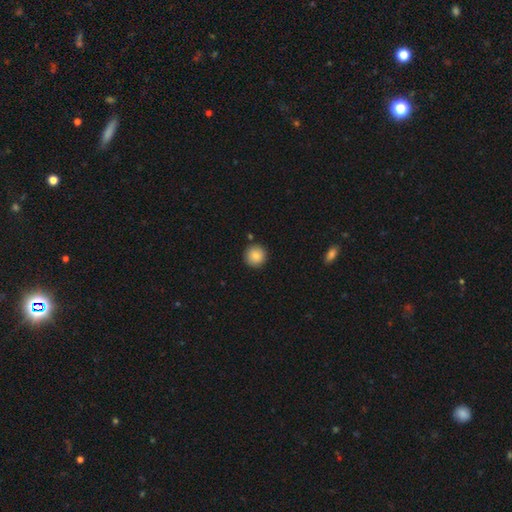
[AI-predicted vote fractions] Q: Smooth or featured?
A: smooth (87%); runner-up: star or artifact (8%)
Q: How rounded?
A: round (94%); runner-up: in between (5%)
Q: Merging?
A: none (90%); runner-up: minor disturbance (6%)